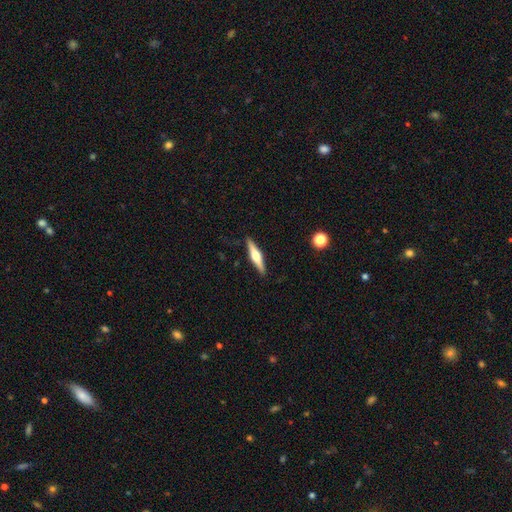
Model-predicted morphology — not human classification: Smooth or featured? Predicted: featured or disk (p=0.65). Edge-on disk? Predicted: yes (p=0.97). Edge-on bulge? Predicted: rounded (p=0.92). Merging? Predicted: none (p=0.89).